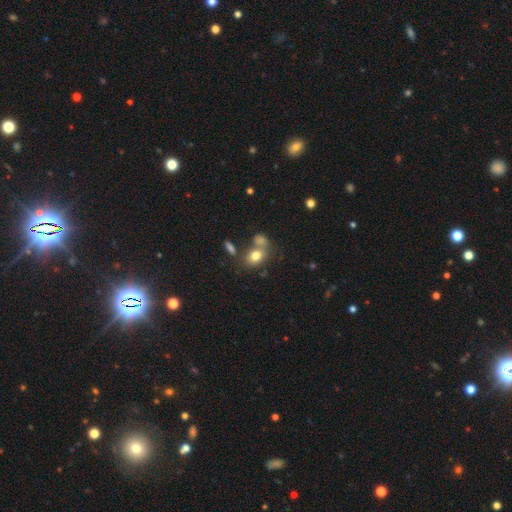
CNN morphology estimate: type=smooth (77%); roundness=in between (63%); merging=none (49%).